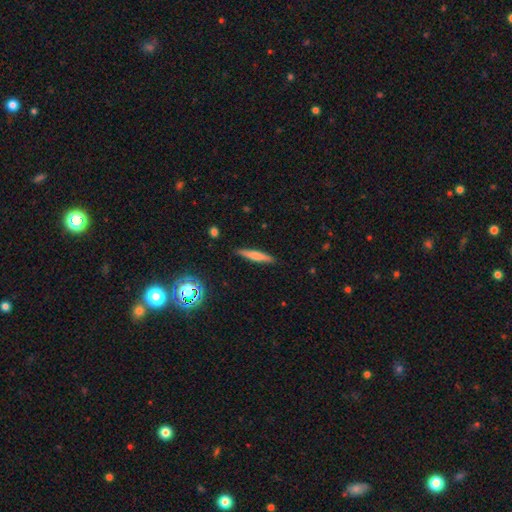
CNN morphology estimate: The model was most divided on "smooth or featured": smooth: 60%, featured or disk: 32%, star or artifact: 8%. More confident: how rounded — cigar-shaped (90%); merging — none (89%).